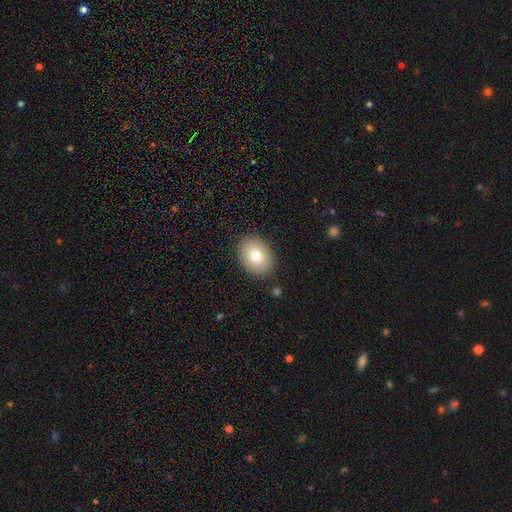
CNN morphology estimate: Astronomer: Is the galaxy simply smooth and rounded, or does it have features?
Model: smooth — 78%.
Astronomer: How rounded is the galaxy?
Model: in between — 70%.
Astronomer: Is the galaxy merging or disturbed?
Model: none — 88%.